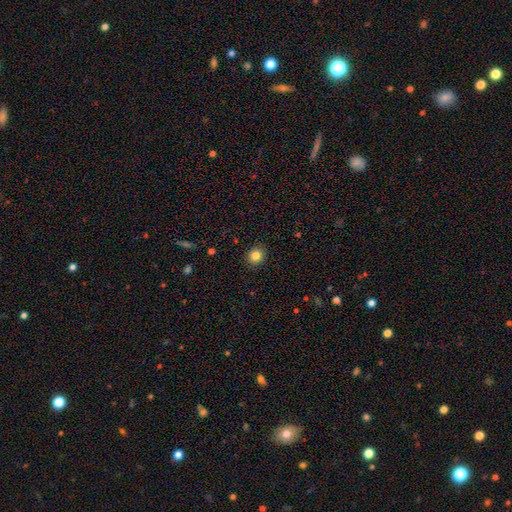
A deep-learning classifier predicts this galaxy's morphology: Q: Smooth or featured?
A: smooth (84%); runner-up: star or artifact (11%)
Q: How rounded?
A: round (83%); runner-up: in between (16%)
Q: Merging?
A: none (91%); runner-up: minor disturbance (6%)